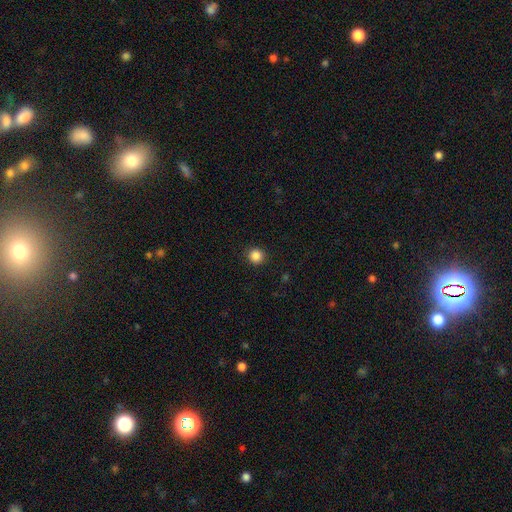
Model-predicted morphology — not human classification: Overall: smooth (86%). How rounded: round (93%). Merging: none (92%).